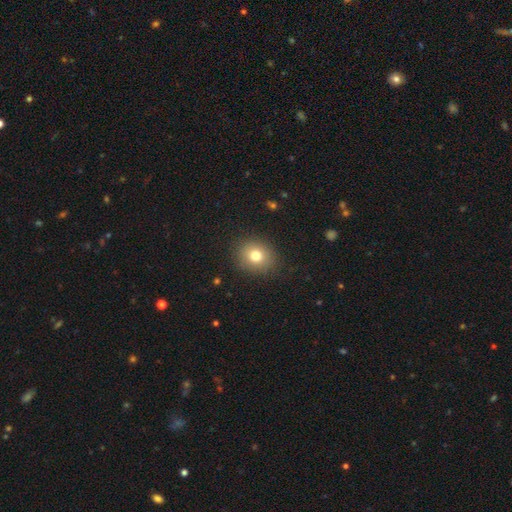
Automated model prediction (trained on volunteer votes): smooth-or-featured: smooth: 77% | star or artifact: 13% | featured or disk: 10%
  how-rounded: round: 75% | in between: 24% | cigar-shaped: 1%
  merging: none: 87% | minor disturbance: 8% | major disturbance: 3% | merger: 1%